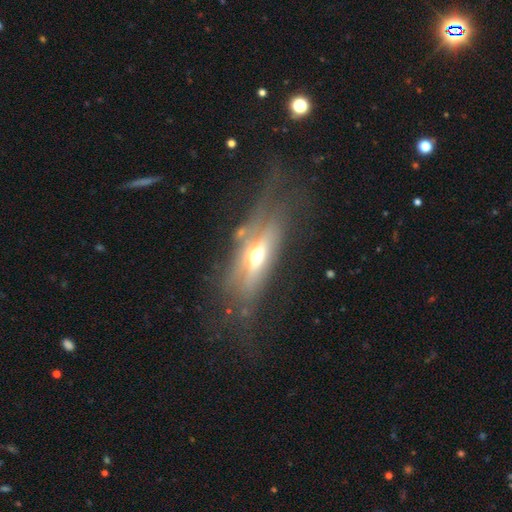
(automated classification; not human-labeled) Smooth or featured?
  - featured or disk: 53% *
  - smooth: 36%
  - star or artifact: 10%
Edge-on disk?
  - yes: 62% *
  - no: 38%
Merging?
  - none: 54% *
  - major disturbance: 22%
  - minor disturbance: 20%
  - merger: 4%